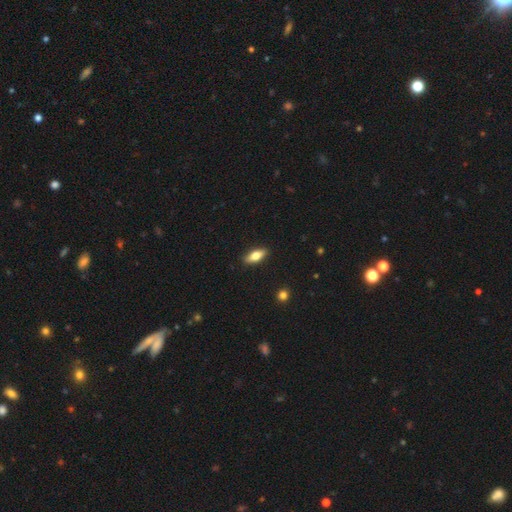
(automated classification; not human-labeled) Q: Smooth or featured?
A: smooth (73%); runner-up: featured or disk (21%)
Q: How rounded?
A: in between (75%); runner-up: cigar-shaped (22%)
Q: Merging?
A: none (89%); runner-up: minor disturbance (8%)